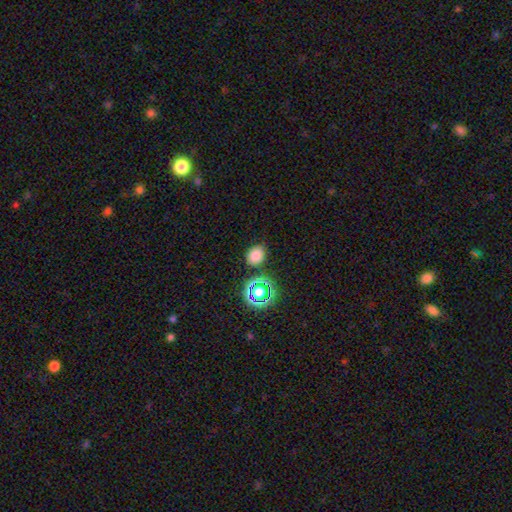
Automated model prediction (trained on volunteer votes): The model was most divided on "how rounded": in between: 53%, round: 46%, cigar-shaped: 1%. More confident: merging — none (82%); smooth or featured — smooth (76%).